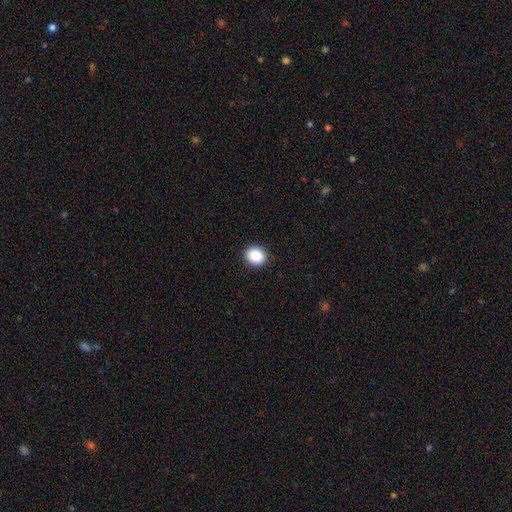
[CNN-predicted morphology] This is clearly a smooth galaxy (88%). How rounded: likely round (73%). Merging: clearly none (91%).